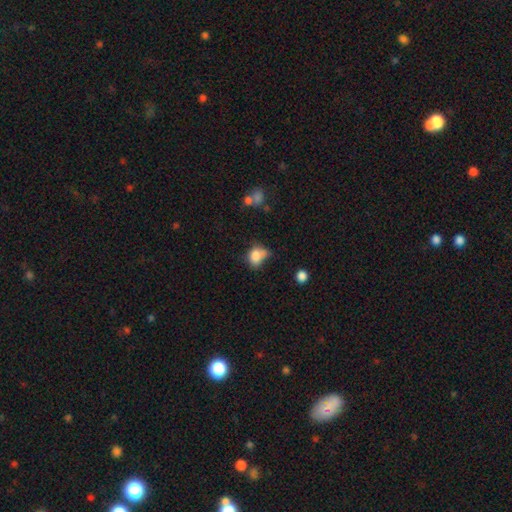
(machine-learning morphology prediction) The model was most divided on "how rounded": round: 50%, in between: 48%, cigar-shaped: 1%. Remaining: smooth or featured — smooth (79%); merging — none (39%).